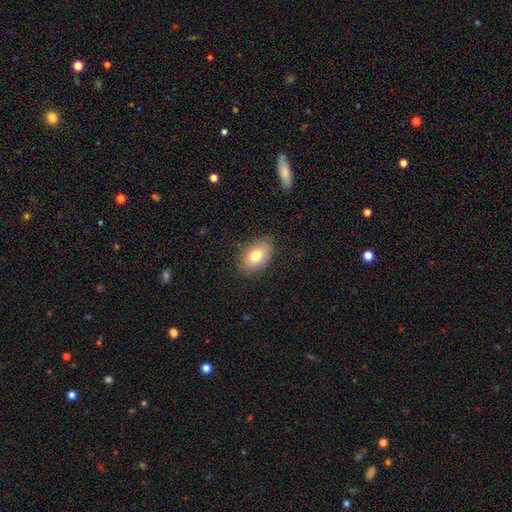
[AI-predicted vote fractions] The model was most divided on "smooth or featured": smooth: 77%, featured or disk: 14%, star or artifact: 8%. More confident: how rounded — in between (88%); merging — none (82%).